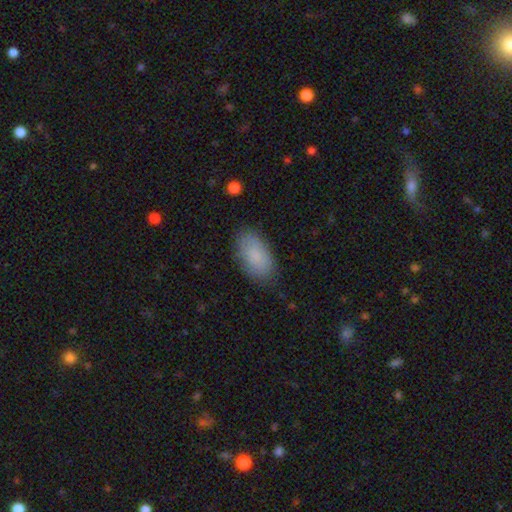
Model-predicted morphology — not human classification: This appears to be a smooth galaxy with no disk features (85%) that is in between round and cigar-shaped (94%). Merging: none (81%).